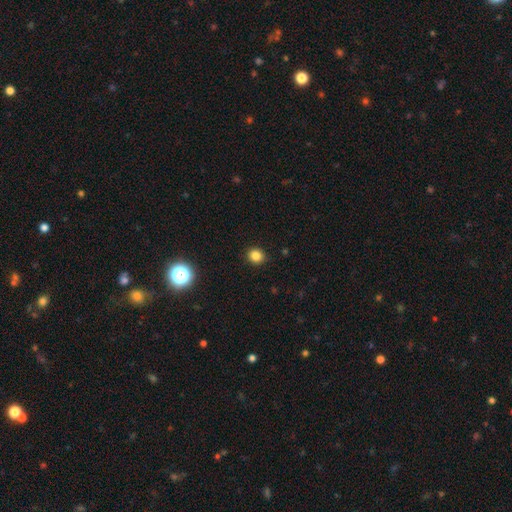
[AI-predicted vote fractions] smooth-or-featured: smooth: 84% | star or artifact: 12% | featured or disk: 4%
  how-rounded: round: 84% | in between: 15% | cigar-shaped: 1%
  merging: none: 91% | minor disturbance: 6% | major disturbance: 2% | merger: 1%